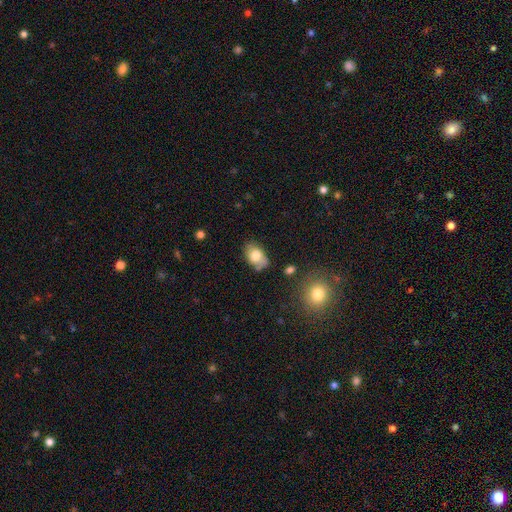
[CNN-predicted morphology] This appears to be a smooth galaxy with no disk features (74%) that is in between round and cigar-shaped (85%). Merging: none (57%).